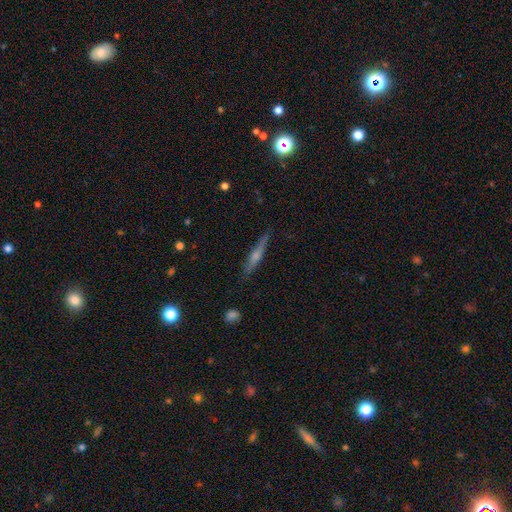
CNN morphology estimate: Smooth or featured? Predicted: featured or disk (p=0.63). Edge-on disk? Predicted: yes (p=0.96). Edge-on bulge? Predicted: rounded (p=0.75). Merging? Predicted: none (p=0.87).